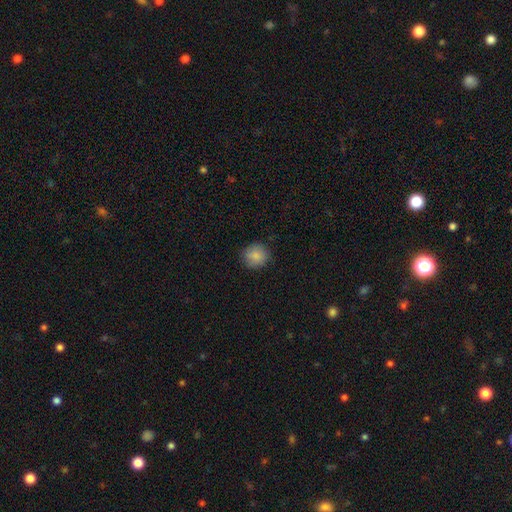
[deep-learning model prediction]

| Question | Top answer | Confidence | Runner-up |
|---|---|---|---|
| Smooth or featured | smooth | 86% | star or artifact (8%) |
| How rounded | round | 87% | in between (12%) |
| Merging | none | 86% | minor disturbance (11%) |